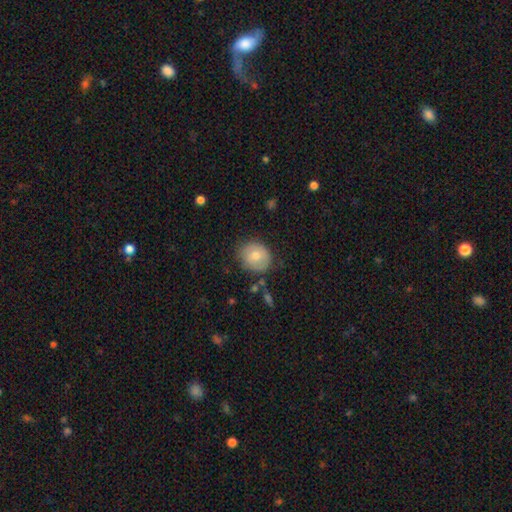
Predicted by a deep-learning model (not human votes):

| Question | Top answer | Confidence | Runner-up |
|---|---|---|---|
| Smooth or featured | smooth | 71% | featured or disk (22%) |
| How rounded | round | 71% | in between (28%) |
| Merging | none | 73% | minor disturbance (20%) |